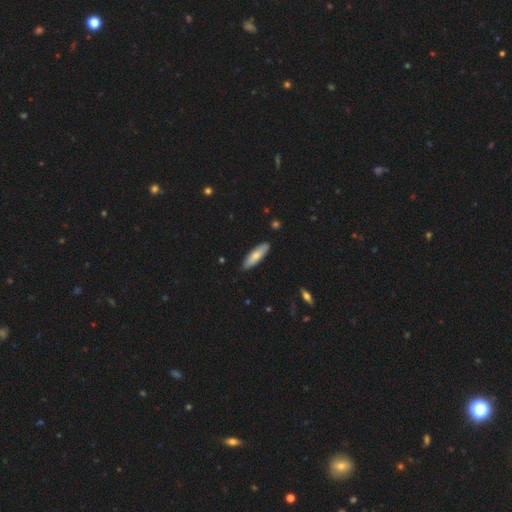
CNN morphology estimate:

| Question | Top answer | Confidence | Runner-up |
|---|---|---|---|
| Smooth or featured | smooth | 71% | featured or disk (24%) |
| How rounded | cigar-shaped | 58% | in between (40%) |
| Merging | none | 88% | minor disturbance (9%) |